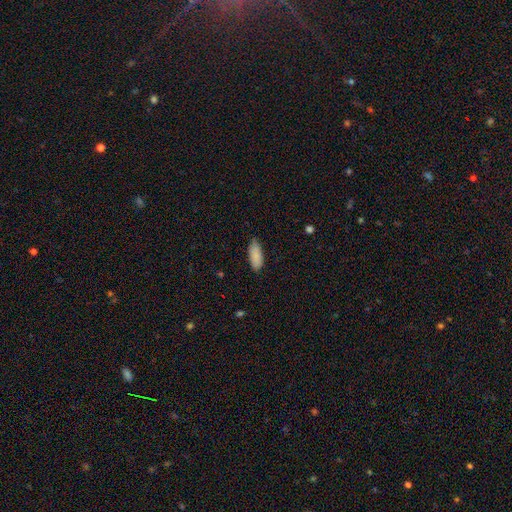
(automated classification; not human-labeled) This appears to be a smooth galaxy with no disk features (89%) that is in between round and cigar-shaped (81%). Merging: none (74%).